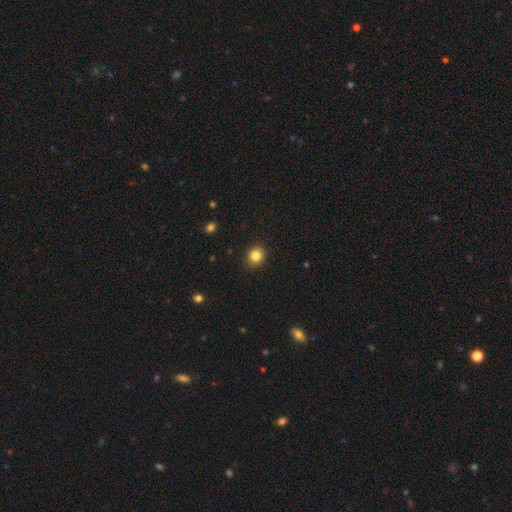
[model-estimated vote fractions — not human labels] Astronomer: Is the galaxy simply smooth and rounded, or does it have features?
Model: smooth — 84%.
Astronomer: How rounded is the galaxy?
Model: round — 78%.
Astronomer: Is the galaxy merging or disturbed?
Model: none — 90%.